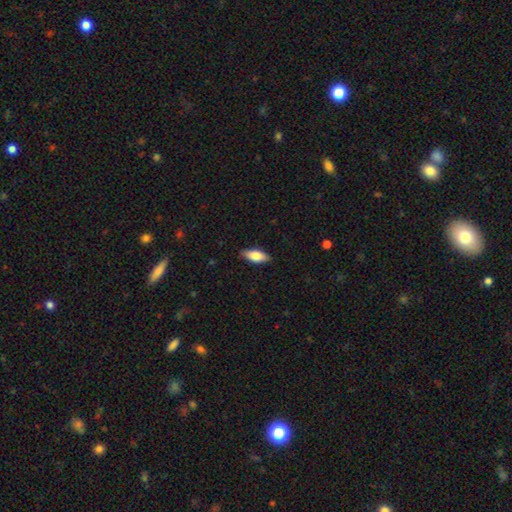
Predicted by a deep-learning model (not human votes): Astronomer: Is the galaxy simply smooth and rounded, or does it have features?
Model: smooth — 74%.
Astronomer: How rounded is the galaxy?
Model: in between — 80%.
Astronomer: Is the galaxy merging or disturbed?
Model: none — 87%.